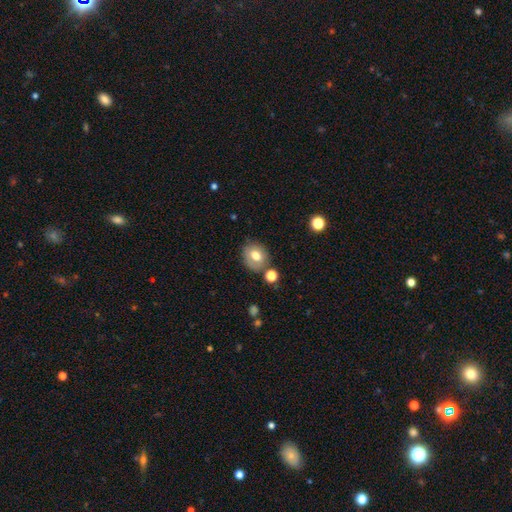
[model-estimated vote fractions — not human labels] A smooth galaxy with no disk features (71%) that is round (59%).

Vote fractions:
- Smooth or featured? smooth: 71% / featured or disk: 19% / star or artifact: 10%
- How rounded? round: 59% / in between: 40% / cigar-shaped: 1%
- Merging? none: 68% / minor disturbance: 17% / merger: 9% / major disturbance: 5%